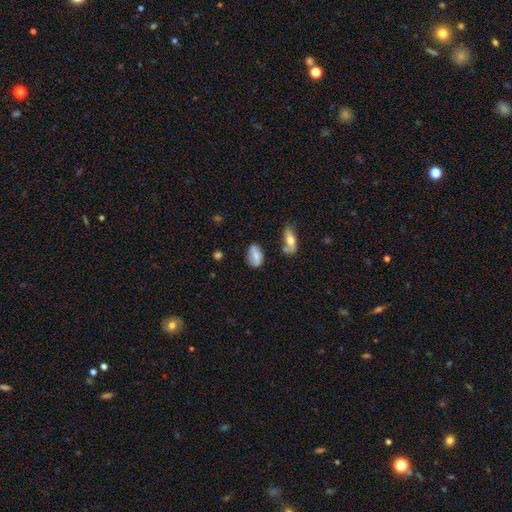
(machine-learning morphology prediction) Smooth or featured?
  - smooth: 64% *
  - featured or disk: 28%
  - star or artifact: 8%
How rounded?
  - in between: 87% *
  - round: 9%
  - cigar-shaped: 4%
Merging?
  - none: 69% *
  - minor disturbance: 20%
  - merger: 6%
  - major disturbance: 5%